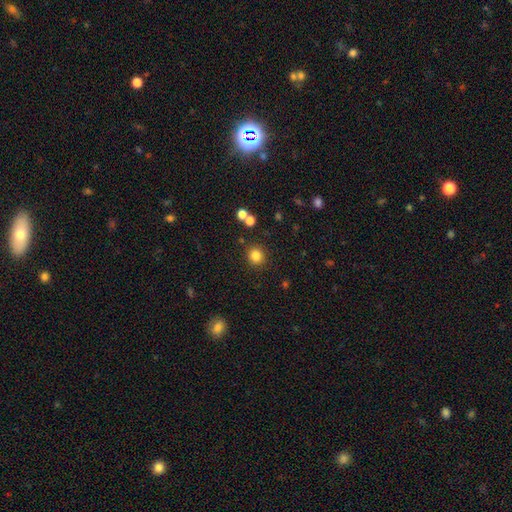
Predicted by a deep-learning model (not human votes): Q: Smooth or featured?
A: smooth (83%); runner-up: star or artifact (12%)
Q: How rounded?
A: round (88%); runner-up: in between (11%)
Q: Merging?
A: none (87%); runner-up: minor disturbance (7%)